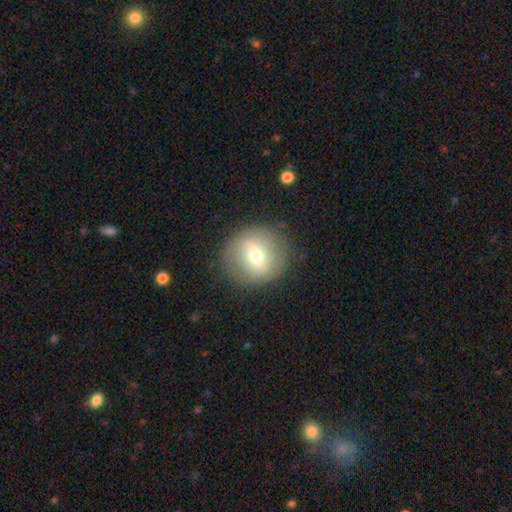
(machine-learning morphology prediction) smooth-or-featured: smooth: 57% | featured or disk: 34% | star or artifact: 9%
  how-rounded: round: 92% | in between: 7% | cigar-shaped: 1%
  merging: none: 86% | minor disturbance: 9% | major disturbance: 4% | merger: 1%